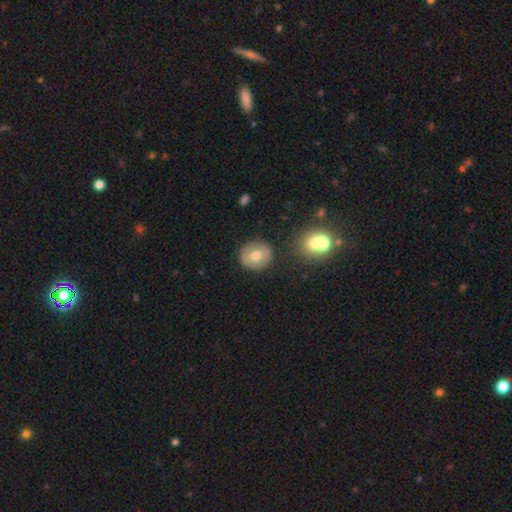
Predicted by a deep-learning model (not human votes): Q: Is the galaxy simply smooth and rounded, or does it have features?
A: smooth — 67%.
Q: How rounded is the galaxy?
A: round — 88%.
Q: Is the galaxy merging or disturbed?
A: none — 84%.